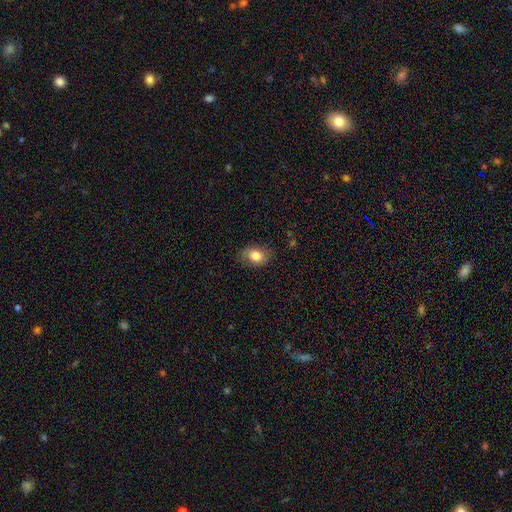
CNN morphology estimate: Smooth or featured? smooth (81%)
How rounded? in between (73%)
Merging? none (79%)